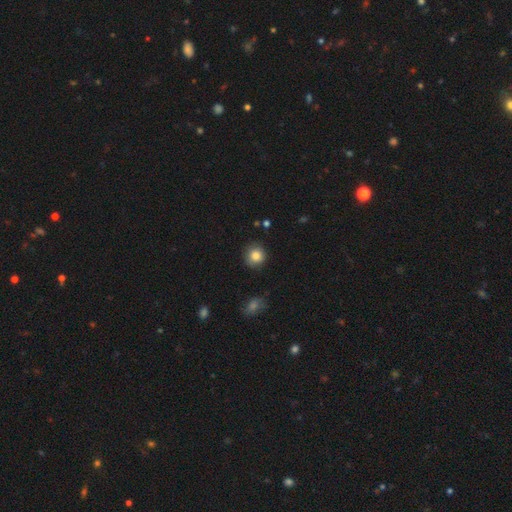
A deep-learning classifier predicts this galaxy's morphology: Overall: smooth (84%). How rounded: round (90%). Merging: none (85%).